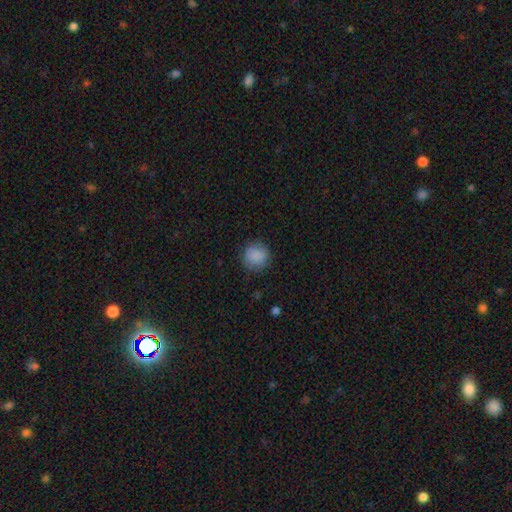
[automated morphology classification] Smooth or featured?
  - smooth: 87% *
  - star or artifact: 9%
  - featured or disk: 4%
How rounded?
  - round: 89% *
  - in between: 10%
  - cigar-shaped: 1%
Merging?
  - none: 83% *
  - minor disturbance: 12%
  - major disturbance: 3%
  - merger: 1%